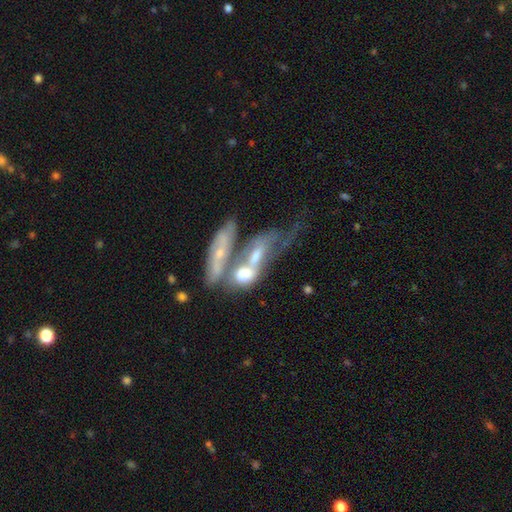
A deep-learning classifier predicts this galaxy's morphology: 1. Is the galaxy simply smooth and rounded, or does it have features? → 53% featured or disk, 37% smooth, 10% star or artifact.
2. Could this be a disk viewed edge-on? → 79% no, 21% yes.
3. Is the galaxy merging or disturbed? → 67% merger, 13% major disturbance, 12% none, 8% minor disturbance.